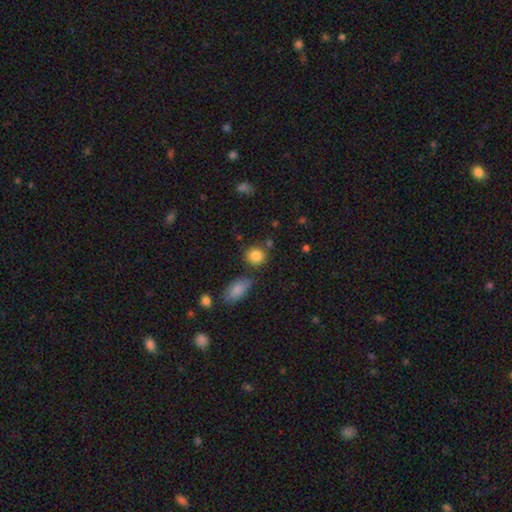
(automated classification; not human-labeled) smooth_or_featured: smooth (p=0.85) [alt: star or artifact p=0.09]
how_rounded: round (p=0.81) [alt: in between p=0.18]
merging: none (p=0.76) [alt: minor disturbance p=0.12]